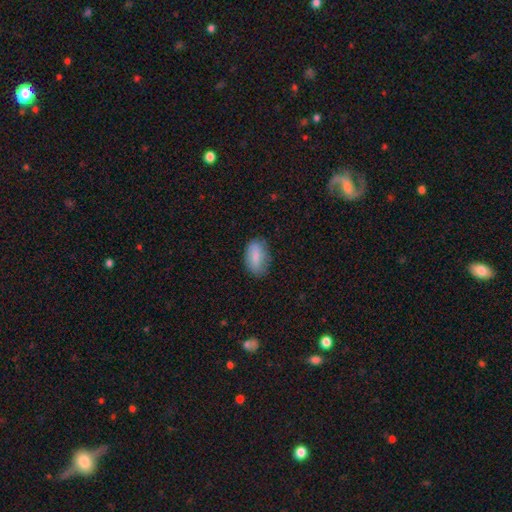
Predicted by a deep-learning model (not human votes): A smooth galaxy with no disk features (84%) that is in between round and cigar-shaped (92%).

Vote fractions:
- Smooth or featured? smooth: 84% / featured or disk: 9% / star or artifact: 7%
- How rounded? in between: 92% / round: 5% / cigar-shaped: 3%
- Merging? none: 73% / minor disturbance: 21% / major disturbance: 5% / merger: 1%